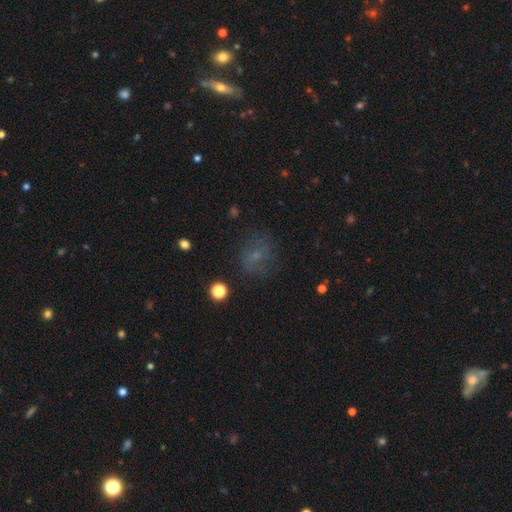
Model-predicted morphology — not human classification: A smooth galaxy with no disk features (51%) that is round (59%). Merging: none (69%).